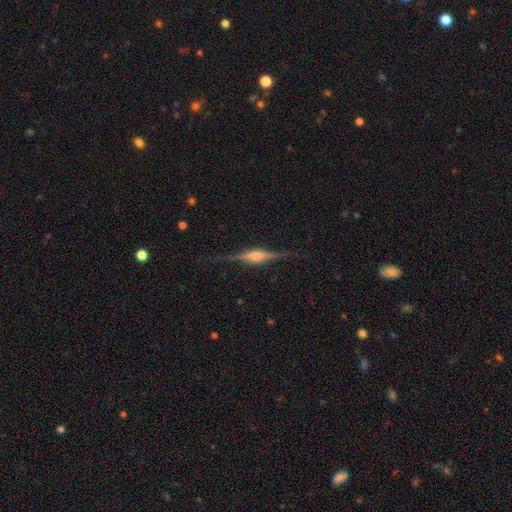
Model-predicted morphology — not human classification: Smooth or featured: featured or disk — 83% (smooth — 10%)
Edge-on disk: yes — 98% (no — 2%)
Edge-on bulge: rounded — 79% (boxy — 17%)
Merging: none — 86% (minor disturbance — 10%)